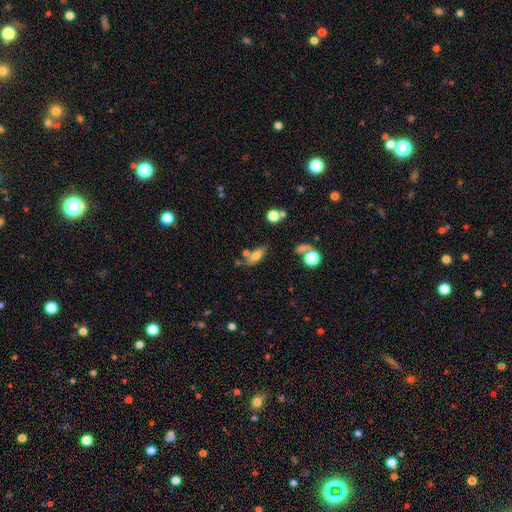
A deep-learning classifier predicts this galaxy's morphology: A smooth galaxy with no disk features (69%) that is in between round and cigar-shaped (70%). Merging: none (61%).